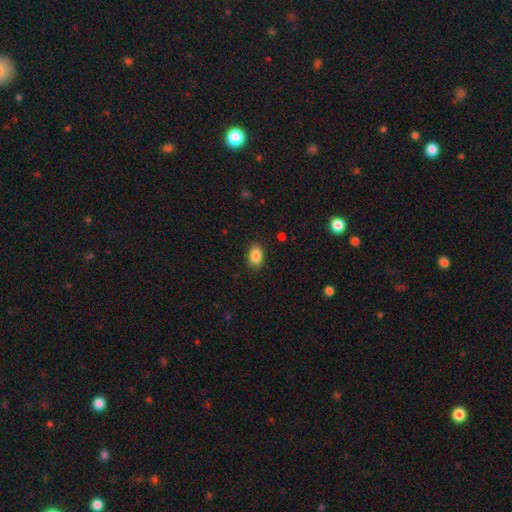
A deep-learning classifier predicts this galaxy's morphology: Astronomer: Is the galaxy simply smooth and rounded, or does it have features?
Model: smooth — 87%.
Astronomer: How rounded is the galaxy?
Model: in between — 83%.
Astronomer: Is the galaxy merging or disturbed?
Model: none — 87%.